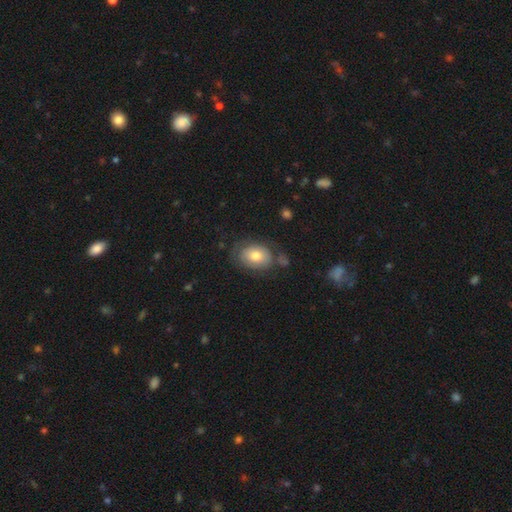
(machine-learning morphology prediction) Q: Smooth or featured?
A: smooth (69%); runner-up: featured or disk (24%)
Q: How rounded?
A: in between (72%); runner-up: round (27%)
Q: Merging?
A: none (60%); runner-up: minor disturbance (23%)